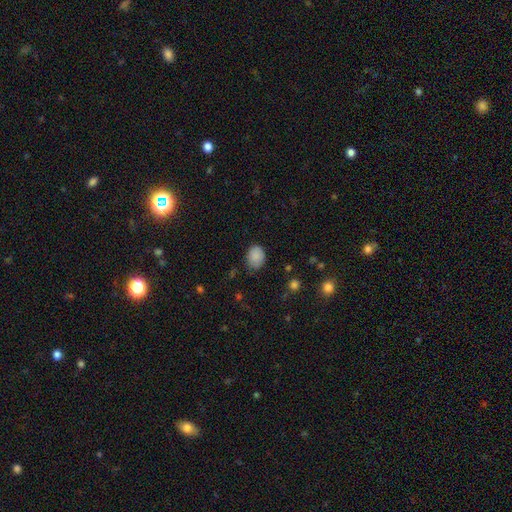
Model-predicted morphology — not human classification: smooth_or_featured: smooth (p=0.87) [alt: star or artifact p=0.08]
how_rounded: in between (p=0.62) [alt: round p=0.37]
merging: none (p=0.73) [alt: minor disturbance p=0.21]